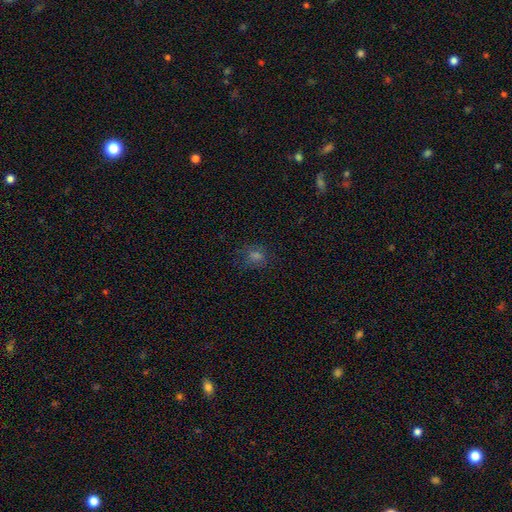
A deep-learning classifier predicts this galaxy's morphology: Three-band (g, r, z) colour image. It shows a smooth galaxy with no disk features (55%) that is round (65%). Merging: none (74%).